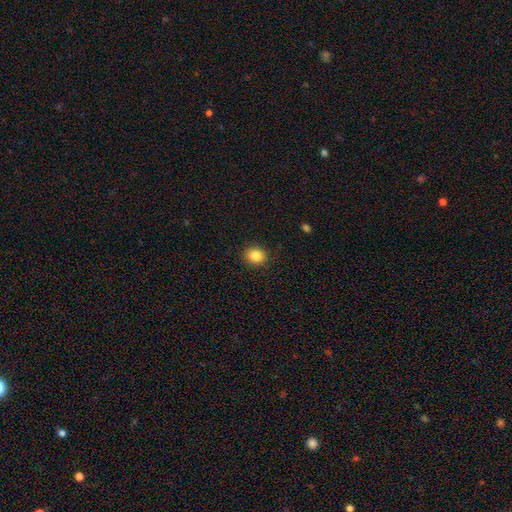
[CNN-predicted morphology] smooth_or_featured: smooth (p=0.85) [alt: star or artifact p=0.10]
how_rounded: round (p=0.69) [alt: in between p=0.30]
merging: none (p=0.89) [alt: minor disturbance p=0.08]